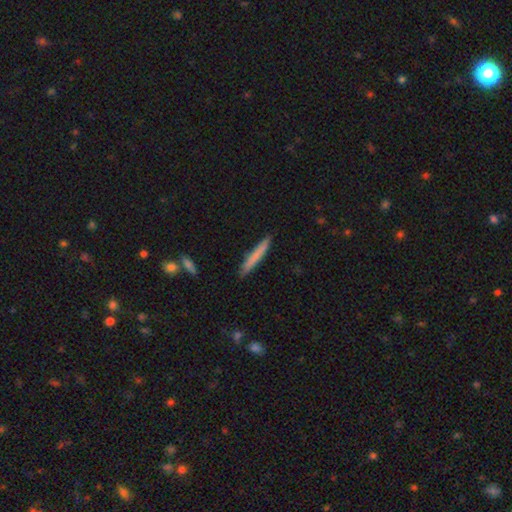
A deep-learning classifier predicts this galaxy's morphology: smooth_or_featured: smooth (p=0.74) [alt: featured or disk p=0.21]
how_rounded: cigar-shaped (p=0.96) [alt: in between p=0.03]
merging: none (p=0.90) [alt: minor disturbance p=0.07]